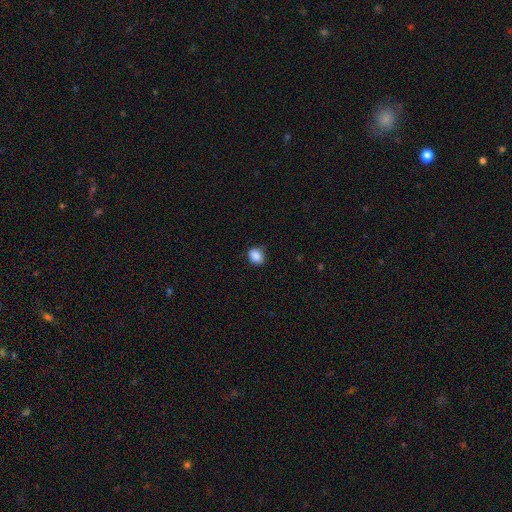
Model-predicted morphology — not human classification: type=smooth (88%); roundness=round (54%); merging=none (80%).